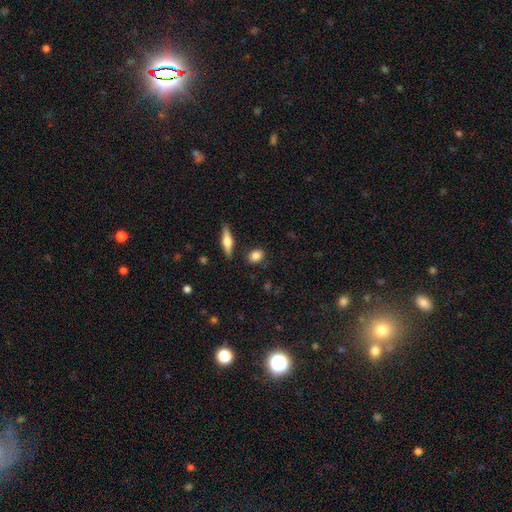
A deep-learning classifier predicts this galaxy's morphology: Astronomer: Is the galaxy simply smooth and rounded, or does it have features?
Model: smooth — 81%.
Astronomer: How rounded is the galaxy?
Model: in between — 62%.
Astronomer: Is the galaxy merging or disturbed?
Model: none — 82%.